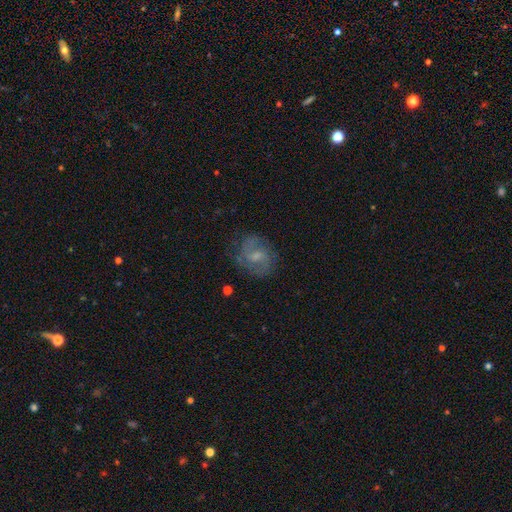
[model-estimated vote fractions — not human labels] Smooth or featured: featured or disk — 66% (smooth — 25%)
Edge-on disk: no — 98% (yes — 2%)
Bar: weak — 55% (no — 35%)
Spiral arms: yes — 88% (no — 12%)
Spiral winding: medium — 50% (tight — 27%)
Spiral arm count: 2 — 78% (can't tell — 13%)
Bulge size: moderate — 40% (small — 39%)
Merging: none — 74% (minor disturbance — 17%)